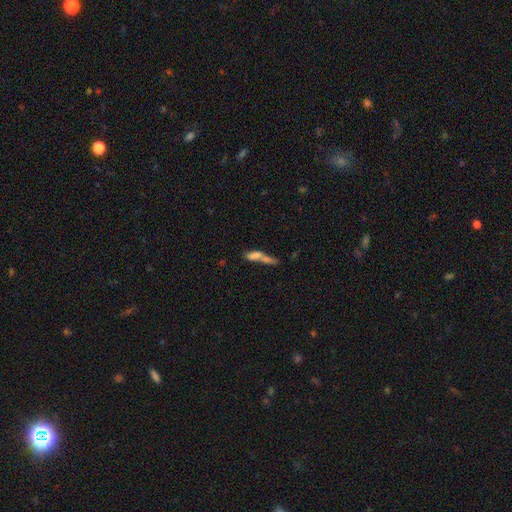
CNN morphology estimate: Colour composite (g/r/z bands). It shows a smooth galaxy with no disk features (62%) that is cigar-shaped (59%). Merging: merger (57%).